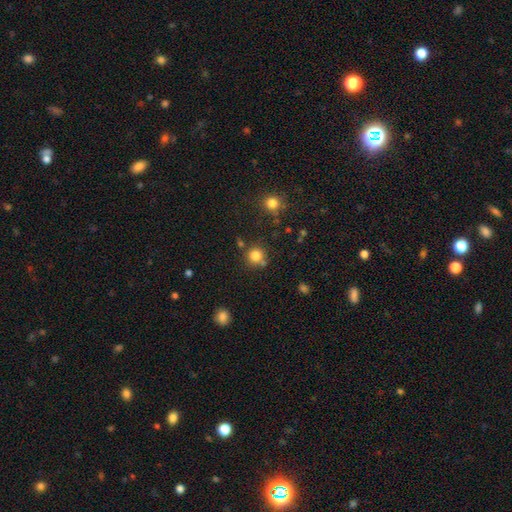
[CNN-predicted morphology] A smooth galaxy with no disk features (82%) that is round (92%). Merging: none (74%).